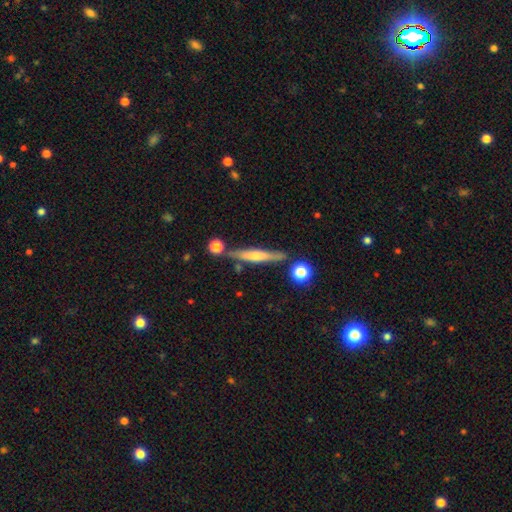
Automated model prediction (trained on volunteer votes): featured or disk 62%, smooth 31%, star or artifact 8%. Down the decision tree: edge-on disk — yes (96%); edge-on bulge — rounded (63%); merging — none (83%).